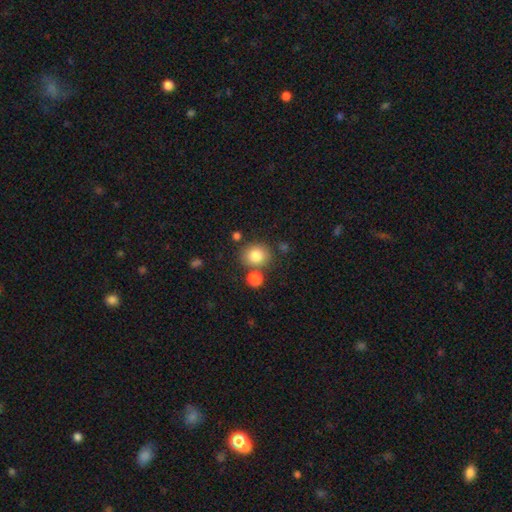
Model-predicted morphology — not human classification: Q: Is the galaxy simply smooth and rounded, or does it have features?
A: smooth — 82%.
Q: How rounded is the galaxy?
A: round — 77%.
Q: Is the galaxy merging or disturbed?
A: none — 75%.